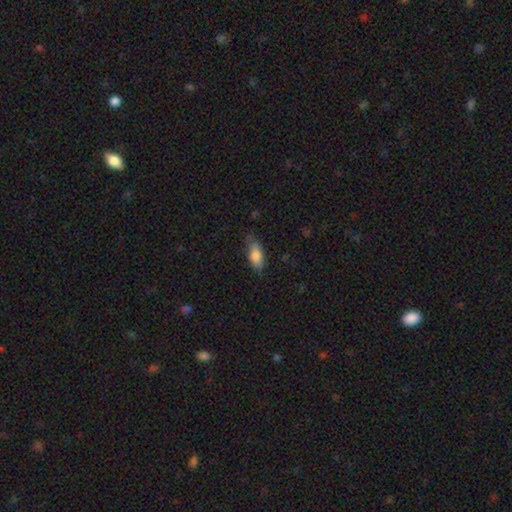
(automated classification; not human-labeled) This appears to be a smooth galaxy with no disk features (82%) that is in between round and cigar-shaped (81%). Merging: none (71%).